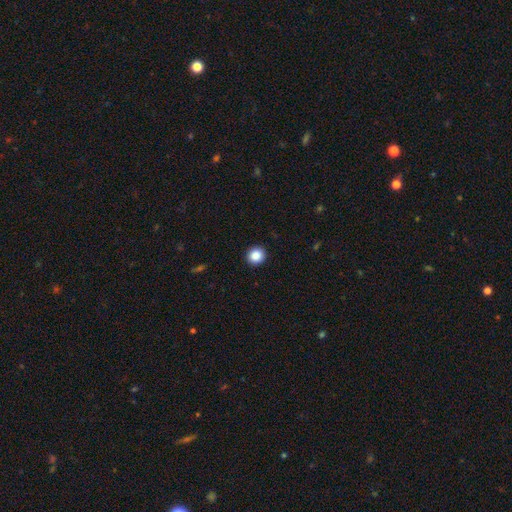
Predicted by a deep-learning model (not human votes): Smooth or featured: smooth — 88% (star or artifact — 9%)
How rounded: round — 91% (in between — 8%)
Merging: none — 93% (minor disturbance — 5%)